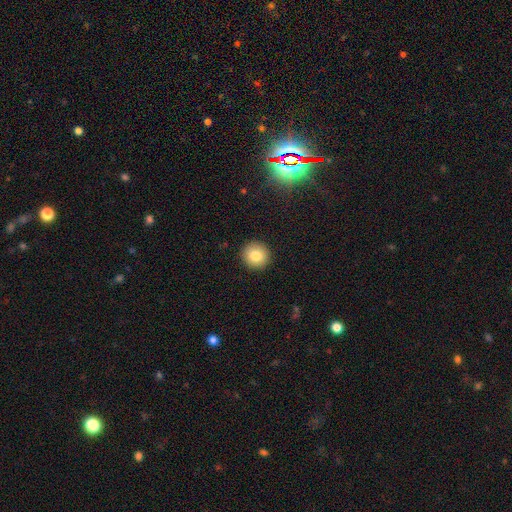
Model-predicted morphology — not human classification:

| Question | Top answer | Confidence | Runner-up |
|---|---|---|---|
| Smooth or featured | smooth | 82% | star or artifact (10%) |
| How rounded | round | 91% | in between (8%) |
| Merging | none | 91% | minor disturbance (6%) |